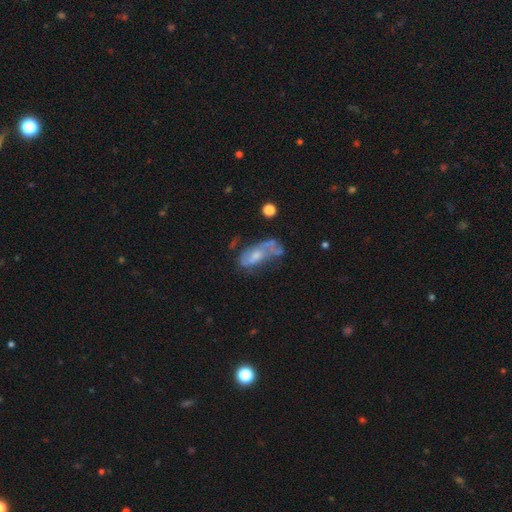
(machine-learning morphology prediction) type=featured or disk (56%); edge-on=no (91%); bar=no (71%); spiral arms=no (58%); bulge=small (41%); merging=major disturbance (33%).